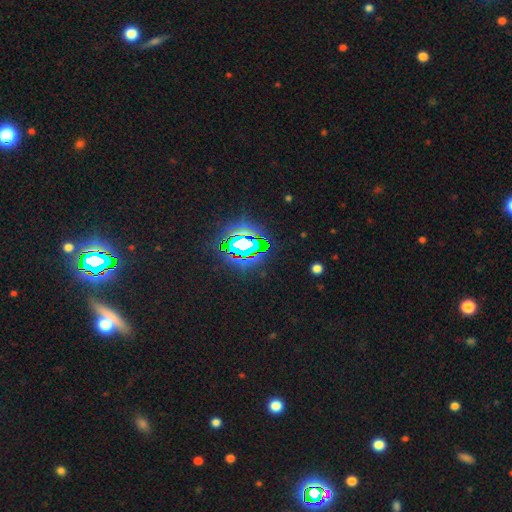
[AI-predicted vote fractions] This is clearly a star or artifact rather than a galaxy (80%).